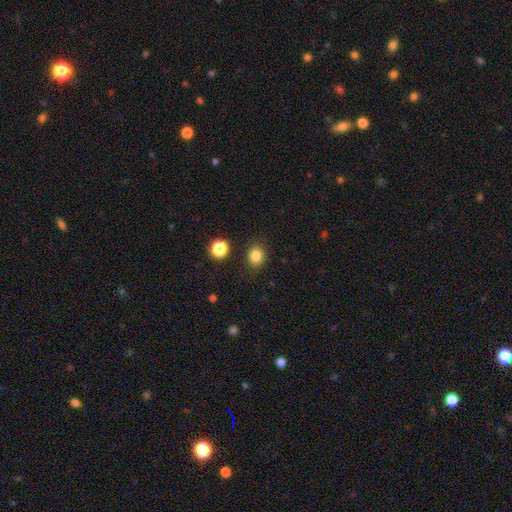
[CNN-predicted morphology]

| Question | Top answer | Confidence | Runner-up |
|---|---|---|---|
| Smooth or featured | smooth | 83% | star or artifact (12%) |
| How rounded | round | 64% | in between (35%) |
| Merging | none | 86% | minor disturbance (9%) |